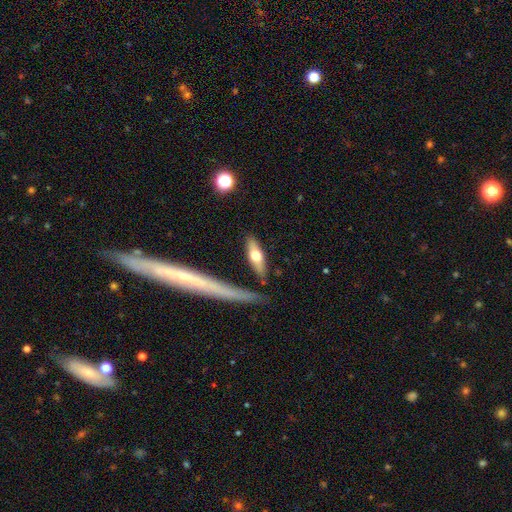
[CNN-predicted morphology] Q: Smooth or featured?
A: smooth (56%); runner-up: featured or disk (38%)
Q: How rounded?
A: cigar-shaped (51%); runner-up: in between (46%)
Q: Merging?
A: none (79%); runner-up: minor disturbance (12%)